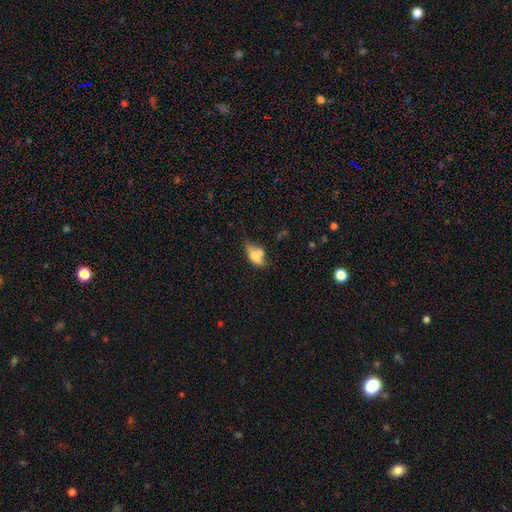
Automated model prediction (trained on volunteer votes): A smooth galaxy with no disk features (62%) that is in between round and cigar-shaped (79%).

Vote fractions:
- Smooth or featured? smooth: 62% / featured or disk: 28% / star or artifact: 10%
- How rounded? in between: 79% / cigar-shaped: 14% / round: 7%
- Merging? none: 36% / merger: 28% / minor disturbance: 23% / major disturbance: 13%